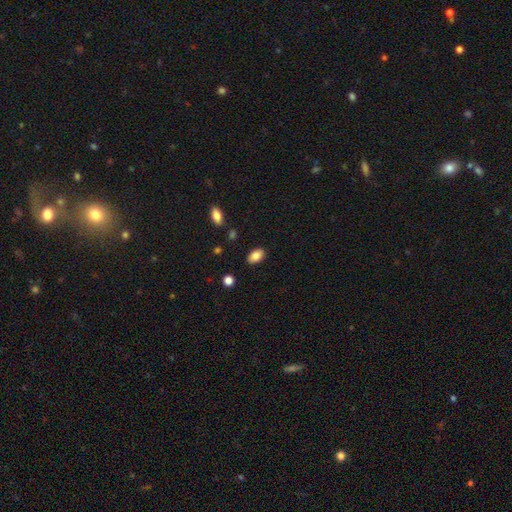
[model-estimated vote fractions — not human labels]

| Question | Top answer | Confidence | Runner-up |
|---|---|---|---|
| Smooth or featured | smooth | 85% | star or artifact (8%) |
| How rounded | in between | 91% | round (8%) |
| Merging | none | 86% | minor disturbance (10%) |